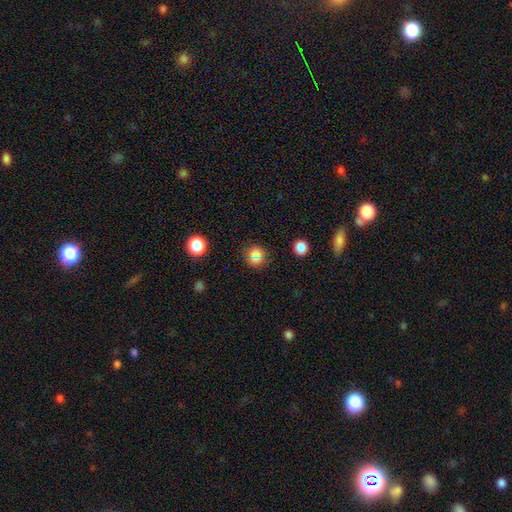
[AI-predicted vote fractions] smooth-or-featured: smooth: 64% | star or artifact: 27% | featured or disk: 9%
  how-rounded: round: 91% | in between: 8% | cigar-shaped: 1%
  merging: none: 85% | minor disturbance: 8% | merger: 4% | major disturbance: 3%